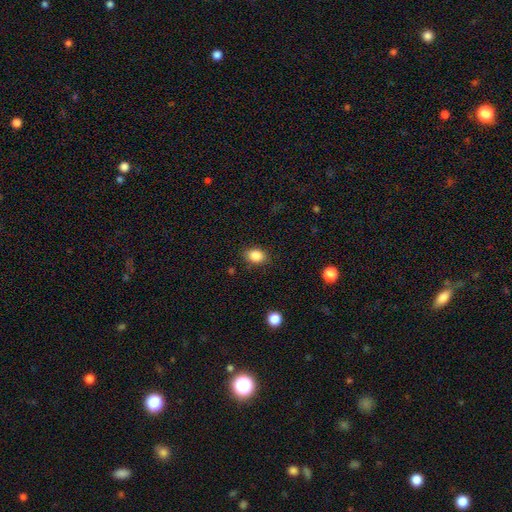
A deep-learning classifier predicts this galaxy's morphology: Q: Smooth or featured?
A: smooth (86%); runner-up: star or artifact (9%)
Q: How rounded?
A: in between (65%); runner-up: round (34%)
Q: Merging?
A: none (84%); runner-up: minor disturbance (12%)